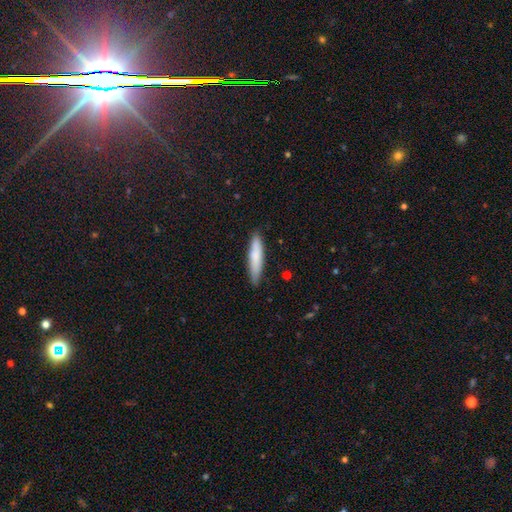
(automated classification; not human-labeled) Smooth or featured?
  - smooth: 78% *
  - featured or disk: 17%
  - star or artifact: 6%
How rounded?
  - cigar-shaped: 85% *
  - in between: 14%
  - round: 1%
Merging?
  - none: 85% *
  - minor disturbance: 12%
  - major disturbance: 2%
  - merger: 1%